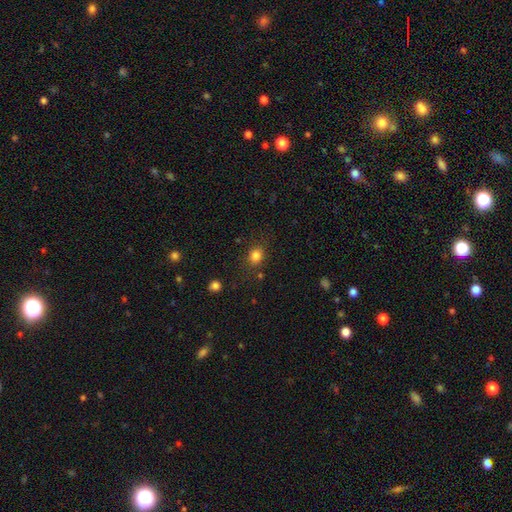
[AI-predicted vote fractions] Q: Smooth or featured?
A: smooth (82%); runner-up: star or artifact (13%)
Q: How rounded?
A: round (69%); runner-up: in between (30%)
Q: Merging?
A: none (80%); runner-up: minor disturbance (12%)